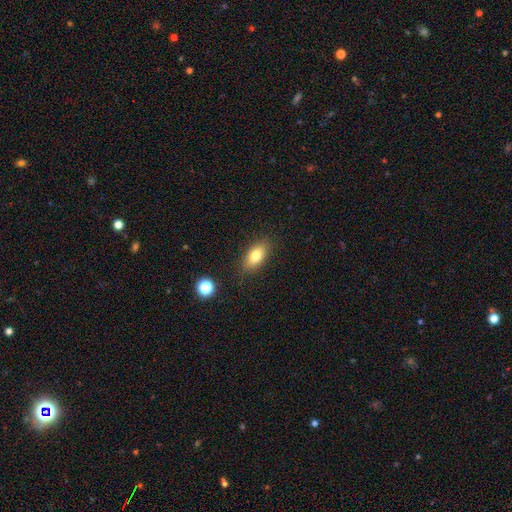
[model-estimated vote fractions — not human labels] A smooth galaxy with no disk features (79%) that is in between round and cigar-shaped (87%).

Vote fractions:
- Smooth or featured? smooth: 79% / featured or disk: 12% / star or artifact: 9%
- How rounded? in between: 87% / cigar-shaped: 7% / round: 6%
- Merging? none: 85% / minor disturbance: 11% / major disturbance: 3% / merger: 2%